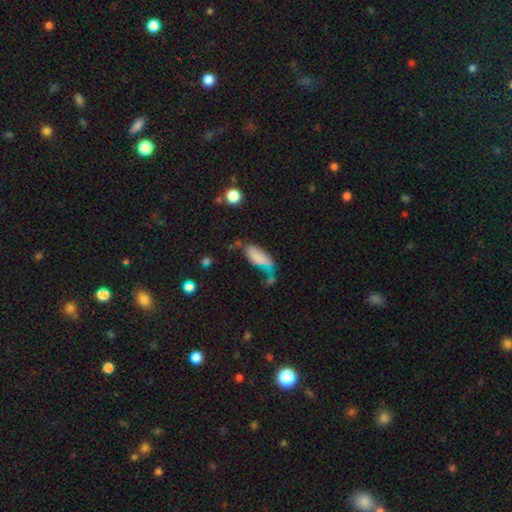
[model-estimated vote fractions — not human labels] Smooth or featured: smooth — 73% (featured or disk — 16%)
How rounded: in between — 78% (cigar-shaped — 19%)
Merging: none — 31% (minor disturbance — 28%)